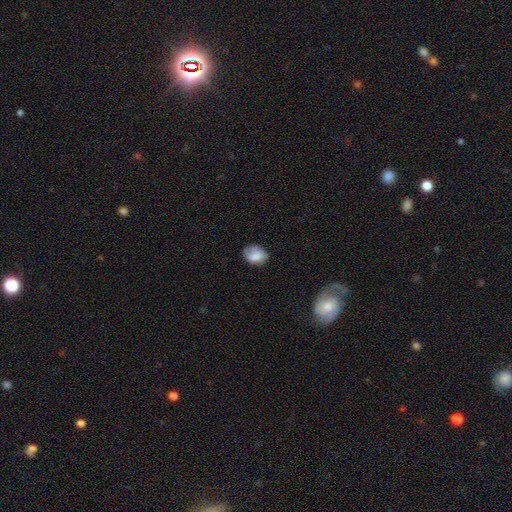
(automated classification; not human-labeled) smooth-or-featured: smooth: 79% | featured or disk: 13% | star or artifact: 8%
  how-rounded: in between: 62% | round: 37% | cigar-shaped: 1%
  merging: none: 63% | minor disturbance: 27% | major disturbance: 8% | merger: 2%